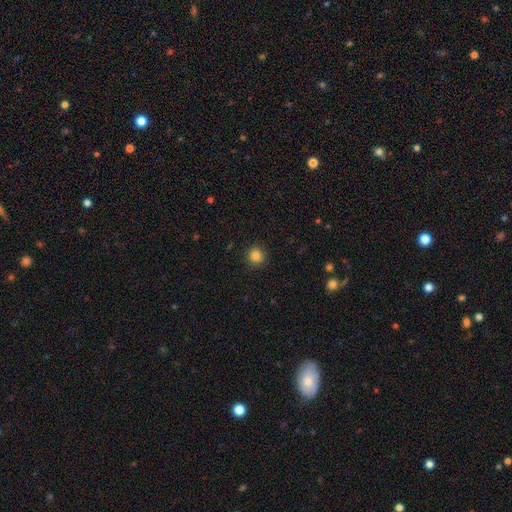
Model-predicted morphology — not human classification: A smooth galaxy with no disk features (84%) that is round (93%). Merging: none (91%).